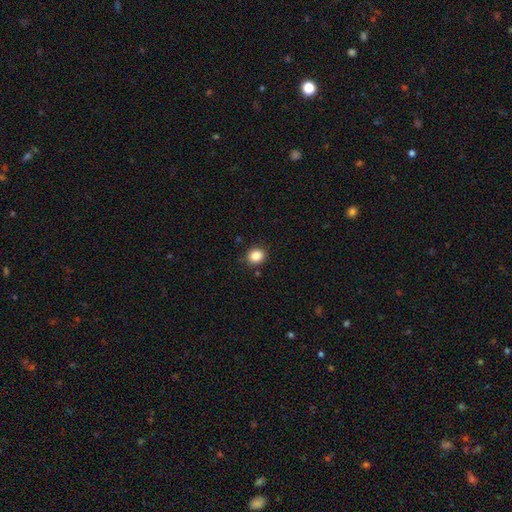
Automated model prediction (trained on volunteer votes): A smooth galaxy with no disk features (86%) that is round (73%).

Vote fractions:
- Smooth or featured? smooth: 86% / star or artifact: 10% / featured or disk: 4%
- How rounded? round: 73% / in between: 26% / cigar-shaped: 1%
- Merging? none: 88% / minor disturbance: 8% / major disturbance: 2% / merger: 2%